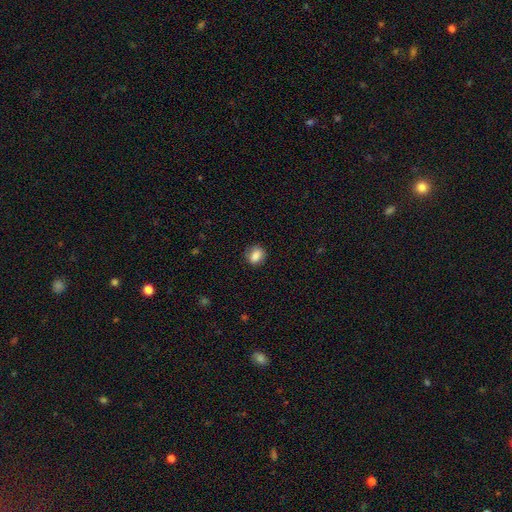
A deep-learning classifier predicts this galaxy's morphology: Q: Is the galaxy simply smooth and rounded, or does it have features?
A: smooth — 83%.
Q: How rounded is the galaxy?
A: round — 49%, tied with in between.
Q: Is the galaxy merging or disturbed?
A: none — 80%.